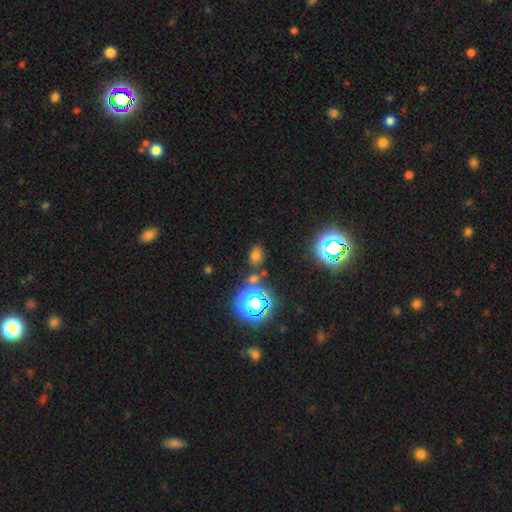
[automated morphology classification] Q: Smooth or featured?
A: smooth (59%); runner-up: star or artifact (33%)
Q: How rounded?
A: in between (66%); runner-up: round (32%)
Q: Merging?
A: none (76%); runner-up: minor disturbance (12%)